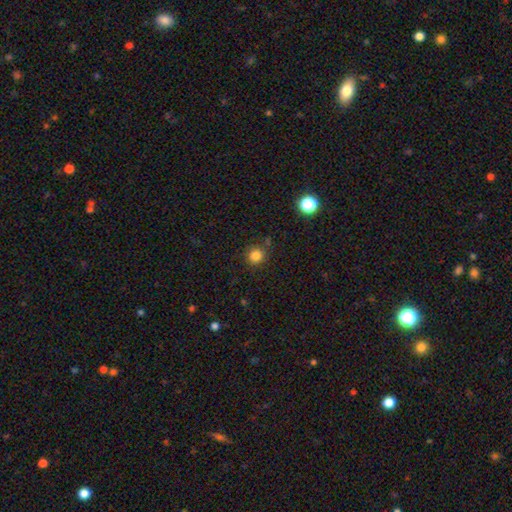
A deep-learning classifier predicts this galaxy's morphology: A smooth galaxy with no disk features (82%) that is round (91%).

Vote fractions:
- Smooth or featured? smooth: 82% / star or artifact: 13% / featured or disk: 5%
- How rounded? round: 91% / in between: 8% / cigar-shaped: 1%
- Merging? none: 84% / minor disturbance: 9% / merger: 3% / major disturbance: 3%